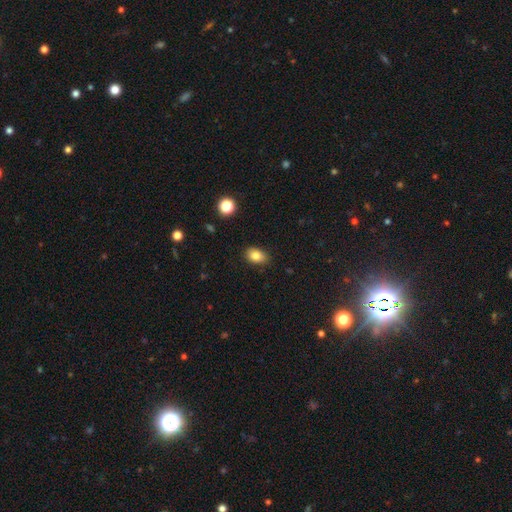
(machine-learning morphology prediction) Q: Smooth or featured?
A: smooth (84%); runner-up: star or artifact (9%)
Q: How rounded?
A: in between (84%); runner-up: round (15%)
Q: Merging?
A: none (85%); runner-up: minor disturbance (12%)